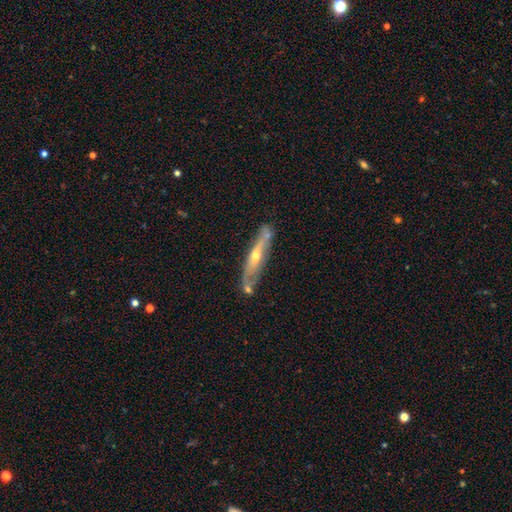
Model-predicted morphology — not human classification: Overall: featured or disk (71%). Edge-on disk: yes (74%). Edge-on bulge: rounded (80%). Merging: none (71%).